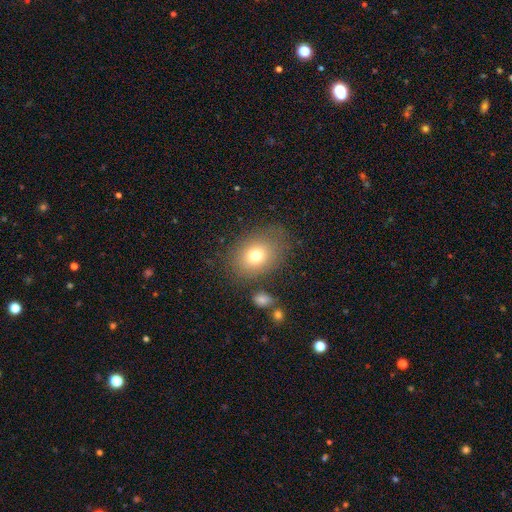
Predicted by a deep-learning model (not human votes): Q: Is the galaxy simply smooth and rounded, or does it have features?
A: smooth — 74%.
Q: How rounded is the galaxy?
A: in between — 58%.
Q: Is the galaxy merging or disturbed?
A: none — 74%.